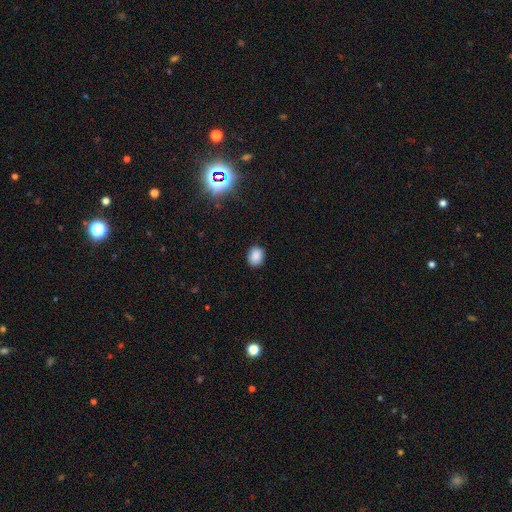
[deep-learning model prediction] Morphology: type=smooth (86%); roundness=in between (55%); merging=none (83%).